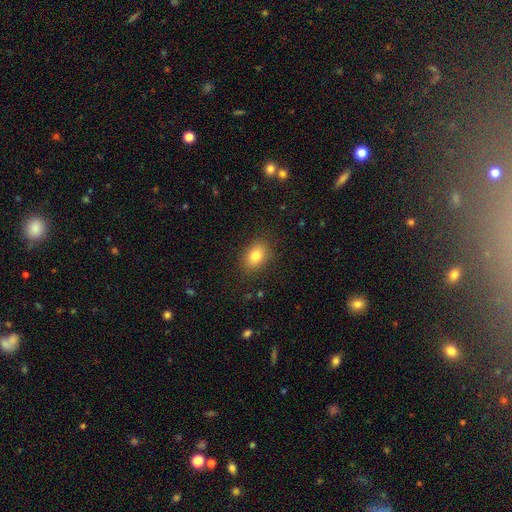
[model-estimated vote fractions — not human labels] Smooth or featured? Predicted: smooth (p=0.82). How rounded? Predicted: in between (p=0.75). Merging? Predicted: none (p=0.85).